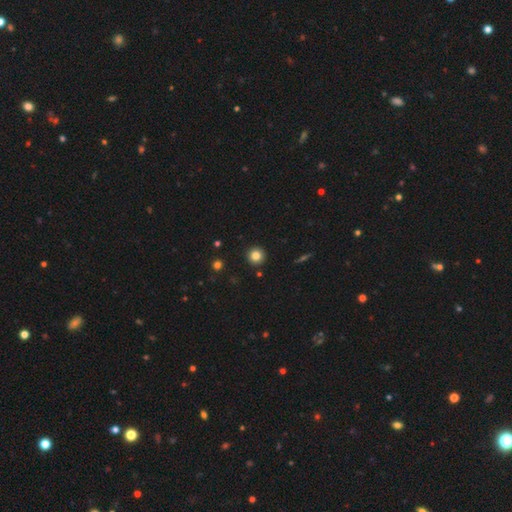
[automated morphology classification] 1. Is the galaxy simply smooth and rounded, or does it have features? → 84% smooth, 11% star or artifact, 5% featured or disk.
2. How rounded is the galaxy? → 95% round, 4% in between, 1% cigar-shaped.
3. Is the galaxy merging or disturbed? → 92% none, 5% minor disturbance, 2% major disturbance, 2% merger.